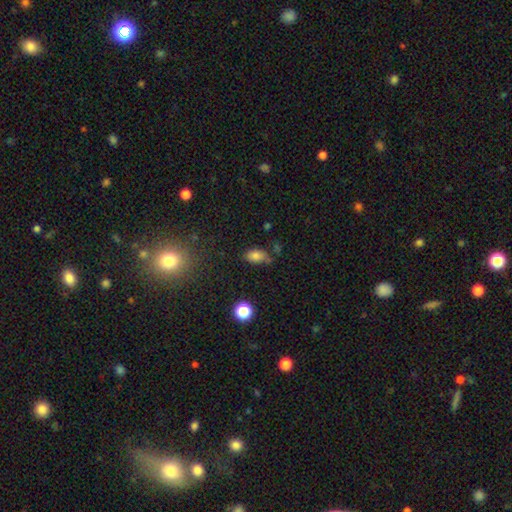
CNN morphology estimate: type=smooth (78%); roundness=in between (88%); merging=none (61%).